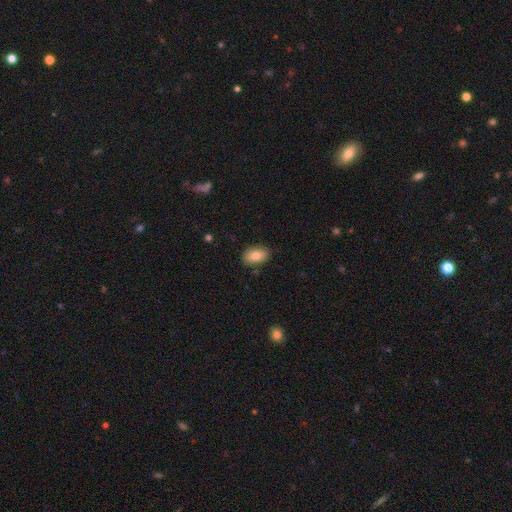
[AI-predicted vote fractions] This appears to be a smooth galaxy with no disk features (81%) that is in between round and cigar-shaped (90%). Merging: none (85%).